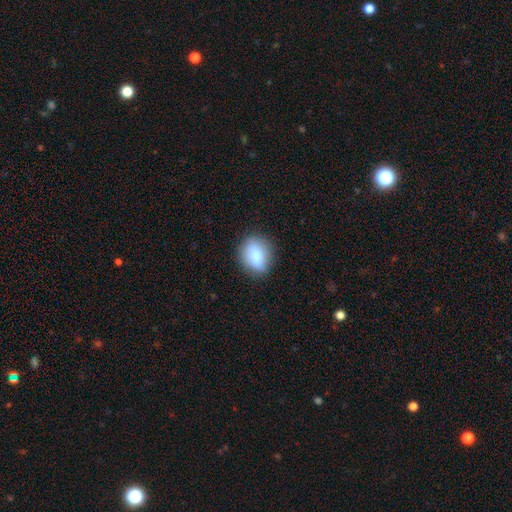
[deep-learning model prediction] This appears to be a smooth galaxy with no disk features (80%) that is in between round and cigar-shaped (55%). Merging: none (80%).